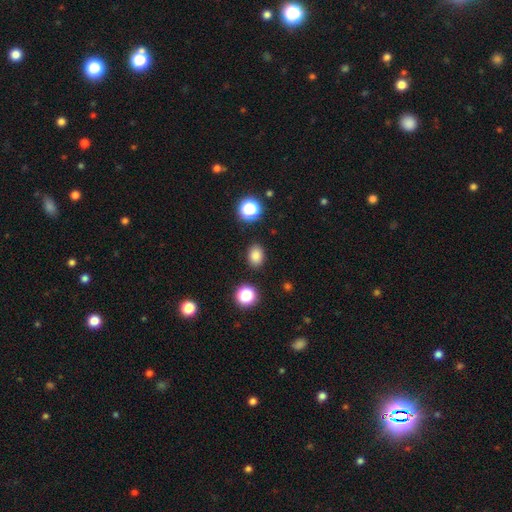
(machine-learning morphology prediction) A smooth galaxy with no disk features (82%) that is in between round and cigar-shaped (65%).

Vote fractions:
- Smooth or featured? smooth: 82% / star or artifact: 13% / featured or disk: 5%
- How rounded? in between: 65% / round: 34% / cigar-shaped: 1%
- Merging? none: 87% / minor disturbance: 9% / major disturbance: 3% / merger: 2%